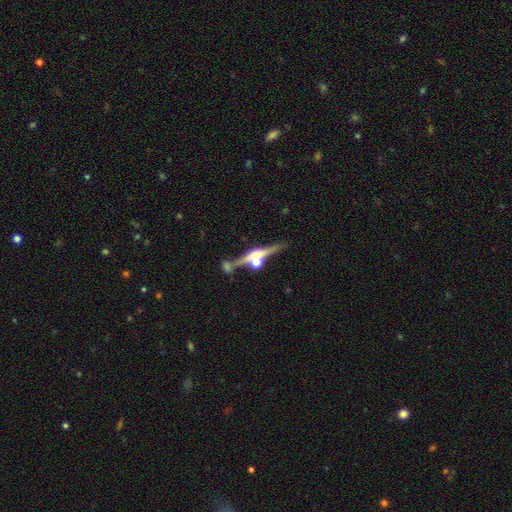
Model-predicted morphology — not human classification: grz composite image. It shows a featured or disk galaxy (76%) viewed edge-on (94%) with a rounded central bulge (93%). Merging: none (60%).